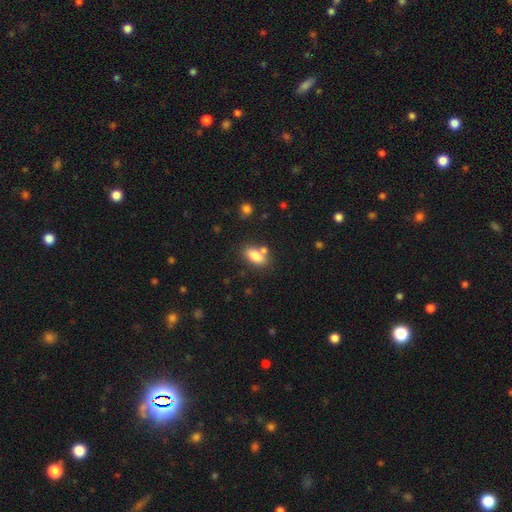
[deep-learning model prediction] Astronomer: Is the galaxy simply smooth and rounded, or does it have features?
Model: smooth — 82%.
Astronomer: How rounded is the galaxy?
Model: in between — 86%.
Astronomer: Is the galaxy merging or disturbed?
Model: none — 65%.